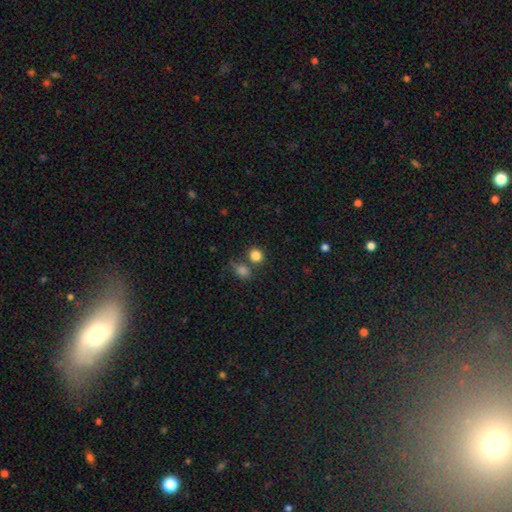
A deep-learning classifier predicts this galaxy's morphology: Q: Smooth or featured?
A: smooth (83%); runner-up: star or artifact (12%)
Q: How rounded?
A: round (84%); runner-up: in between (15%)
Q: Merging?
A: none (67%); runner-up: merger (20%)